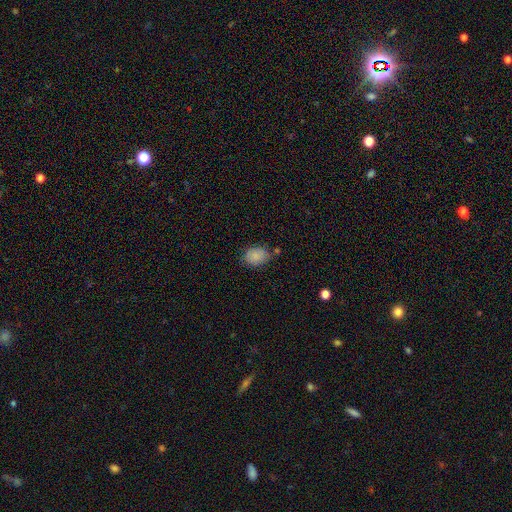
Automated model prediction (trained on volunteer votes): This is clearly a smooth galaxy (86%). How rounded: likely in between (75%). Merging: likely none (73%).